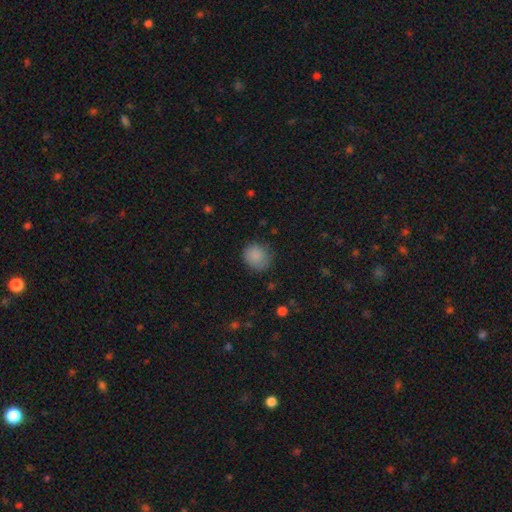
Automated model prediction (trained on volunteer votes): Smooth or featured?
  - smooth: 86% *
  - star or artifact: 9%
  - featured or disk: 5%
How rounded?
  - round: 76% *
  - in between: 23%
  - cigar-shaped: 1%
Merging?
  - none: 74% *
  - minor disturbance: 20%
  - major disturbance: 5%
  - merger: 1%